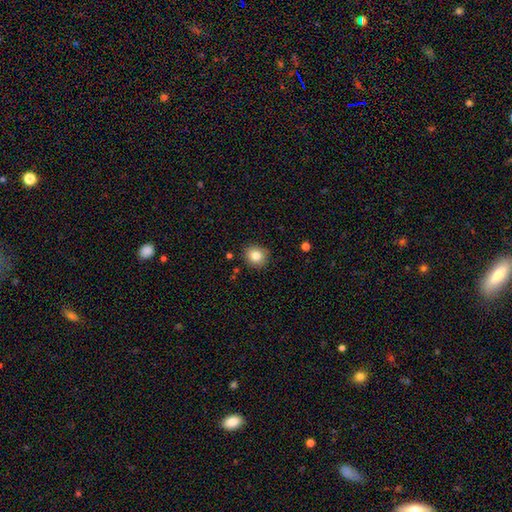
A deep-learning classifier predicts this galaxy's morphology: Overall: smooth (82%). How rounded: round (82%). Merging: none (88%).